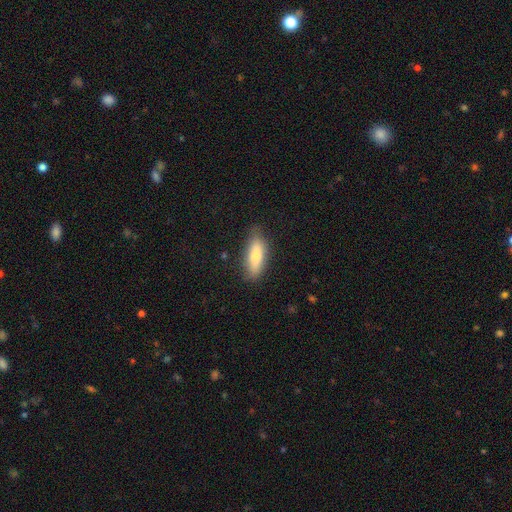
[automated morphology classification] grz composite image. It shows a smooth galaxy with no disk features (75%) that is in between round and cigar-shaped (60%). Merging: none (82%).